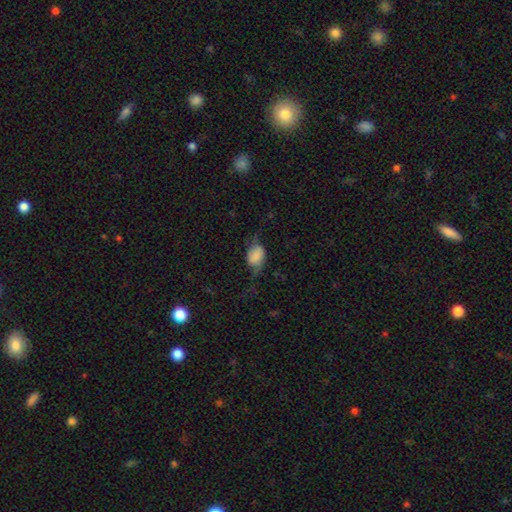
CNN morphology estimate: Smooth or featured? smooth (47%)
Merging? none (48%)